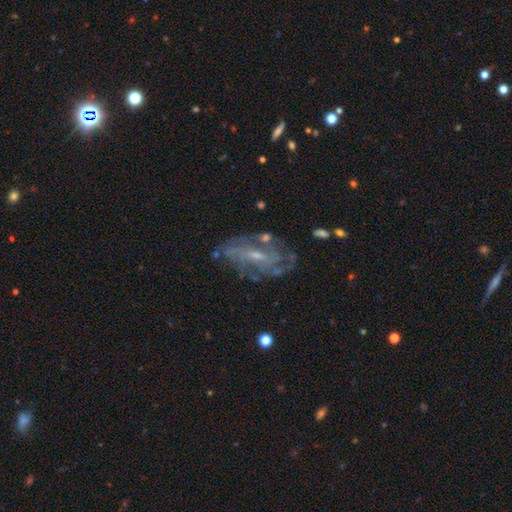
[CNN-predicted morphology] featured or disk 76%, smooth 14%, star or artifact 11%. Down the decision tree: edge-on disk — no (90%); bar — no (44%); spiral arms — yes (78%); spiral arm count — can't tell (51%); spiral winding — tight (48%); bulge size — small (64%); merging — none (67%).